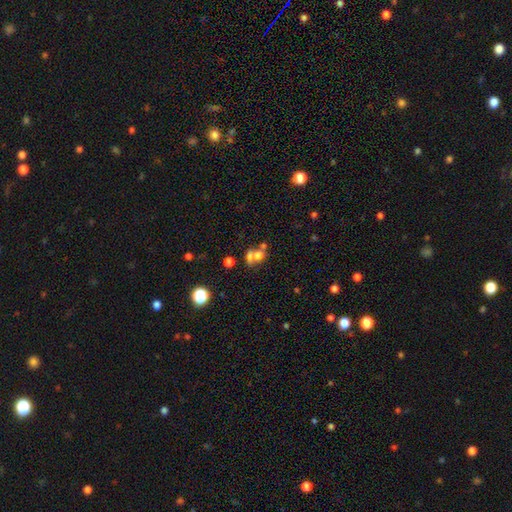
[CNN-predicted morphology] smooth-or-featured: smooth: 55% | featured or disk: 27% | star or artifact: 18%
  how-rounded: round: 65% | in between: 33% | cigar-shaped: 2%
  merging: merger: 57% | none: 29% | minor disturbance: 8% | major disturbance: 6%